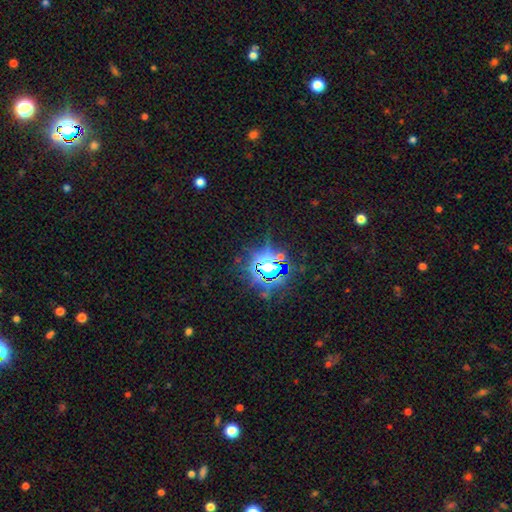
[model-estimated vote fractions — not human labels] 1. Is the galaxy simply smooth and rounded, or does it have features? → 83% star or artifact, 11% smooth, 7% featured or disk.